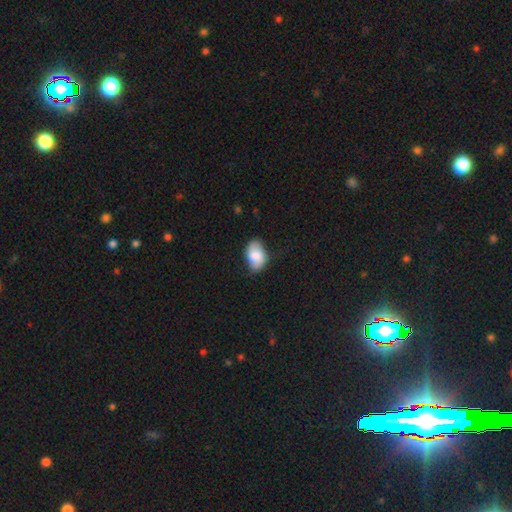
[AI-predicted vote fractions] Smooth or featured: smooth — 79% (featured or disk — 15%)
How rounded: in between — 90% (round — 9%)
Merging: none — 67% (minor disturbance — 26%)